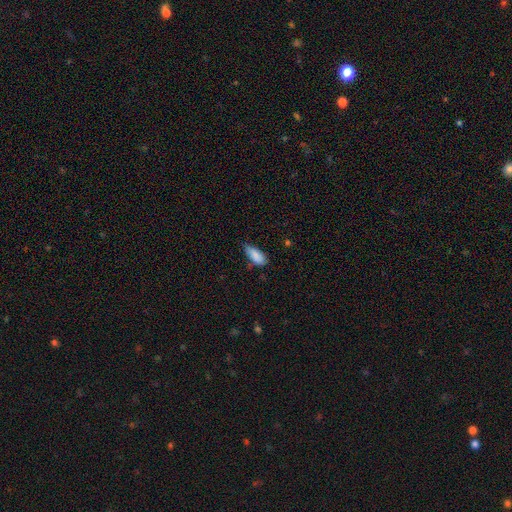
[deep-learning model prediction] The model was most divided on "merging": none: 54%, minor disturbance: 38%, major disturbance: 6%, merger: 2%. More confident: smooth or featured — smooth (87%); how rounded — in between (81%).